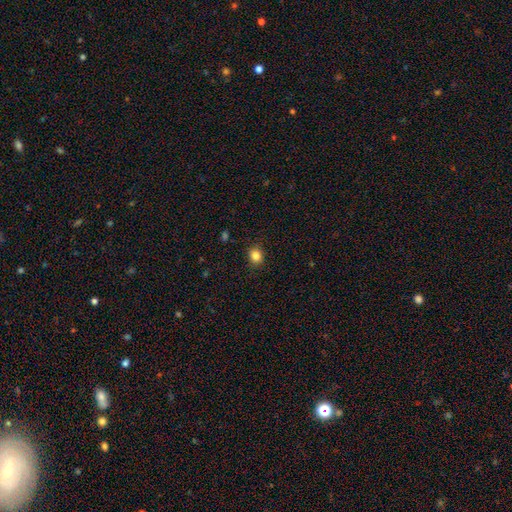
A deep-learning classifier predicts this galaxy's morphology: The model was most divided on "how rounded": round: 70%, in between: 29%, cigar-shaped: 1%. More confident: merging — none (89%); smooth or featured — smooth (84%).